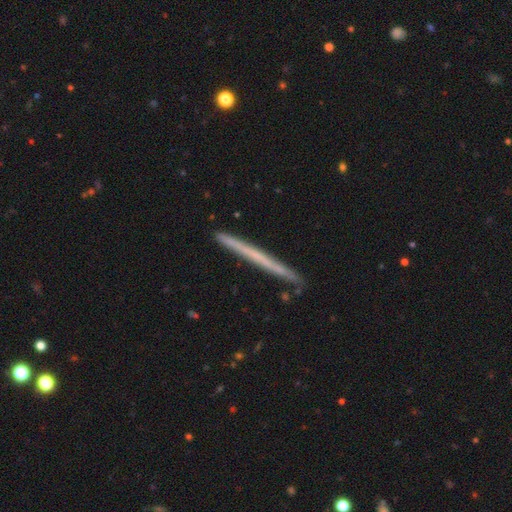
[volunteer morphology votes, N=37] type=featured or disk (57%); edge-on=yes (86%); edge-on bulge=none (94%); merging=none (85%).